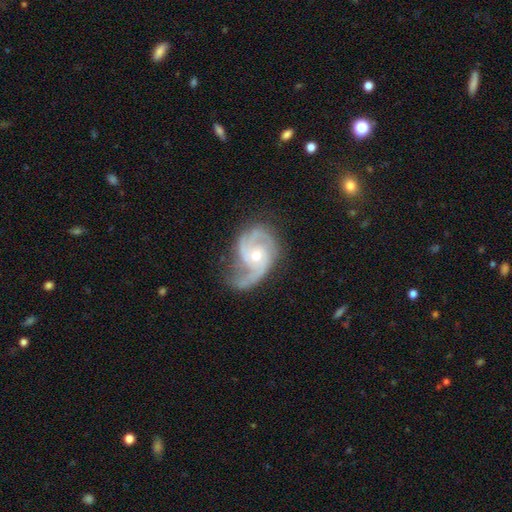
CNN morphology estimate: This appears to be a featured or disk galaxy (90%) with no bar (65%), 2 (51%) medium (50%) spiral arms (98%) and a moderate central bulge (55%). Merging: none (54%).